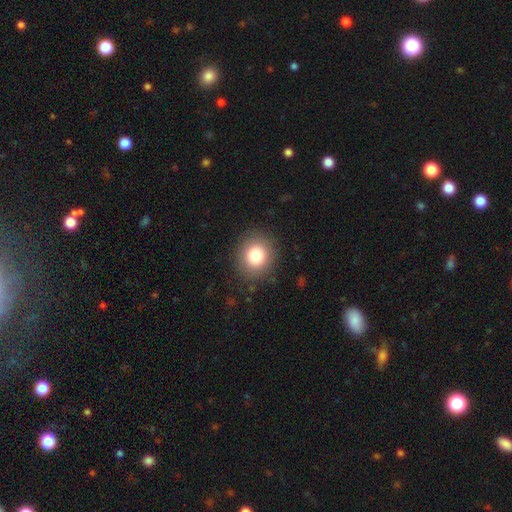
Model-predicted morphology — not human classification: smooth-or-featured: smooth: 81% | star or artifact: 10% | featured or disk: 9%
  how-rounded: round: 83% | in between: 16% | cigar-shaped: 1%
  merging: none: 88% | minor disturbance: 8% | major disturbance: 3% | merger: 1%